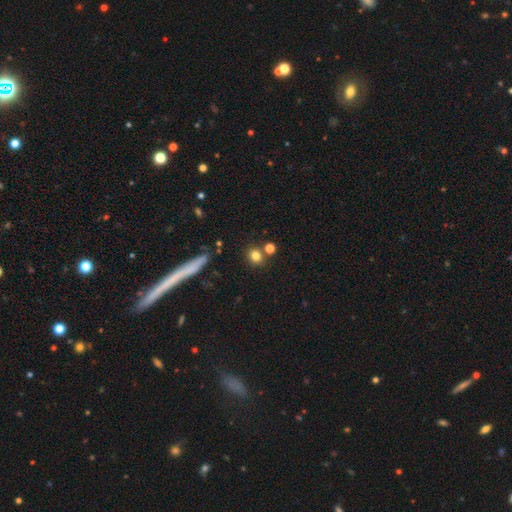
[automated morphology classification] smooth-or-featured: smooth: 79% | star or artifact: 13% | featured or disk: 8%
  how-rounded: round: 77% | in between: 21% | cigar-shaped: 2%
  merging: none: 75% | merger: 13% | minor disturbance: 9% | major disturbance: 3%